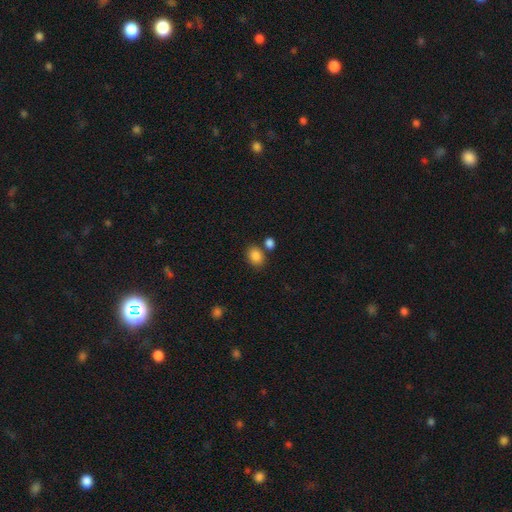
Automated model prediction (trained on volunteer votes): A smooth galaxy with no disk features (86%) that is in between round and cigar-shaped (60%).

Vote fractions:
- Smooth or featured? smooth: 86% / star or artifact: 9% / featured or disk: 4%
- How rounded? in between: 60% / round: 39% / cigar-shaped: 1%
- Merging? none: 69% / merger: 16% / minor disturbance: 11% / major disturbance: 4%